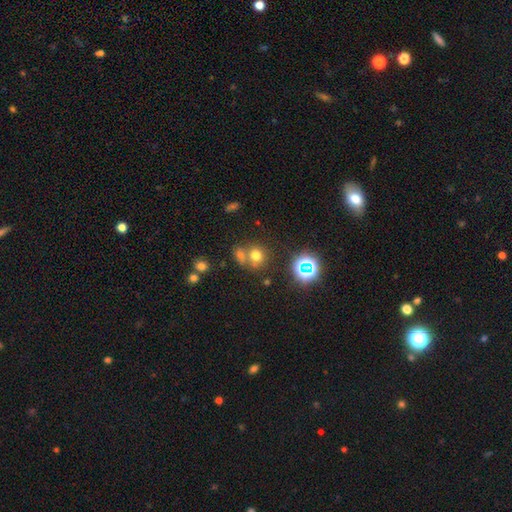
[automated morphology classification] smooth 66%, star or artifact 24%, featured or disk 10%. Down the decision tree: how rounded — round (80%); merging — none (53%).